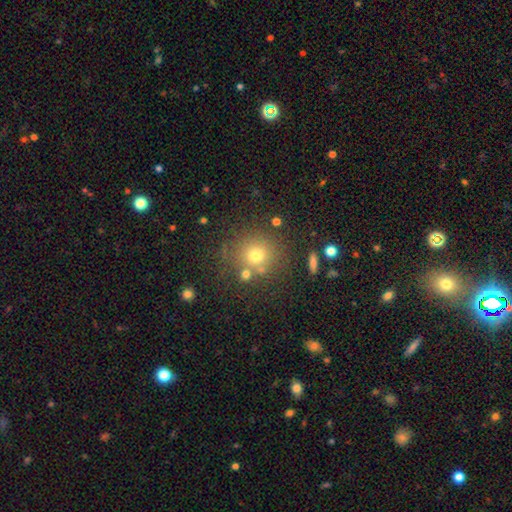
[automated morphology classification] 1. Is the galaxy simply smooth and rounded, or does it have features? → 70% smooth, 18% star or artifact, 12% featured or disk.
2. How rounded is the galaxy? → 91% round, 8% in between, 1% cigar-shaped.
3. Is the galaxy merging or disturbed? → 75% none, 10% minor disturbance, 10% merger, 5% major disturbance.